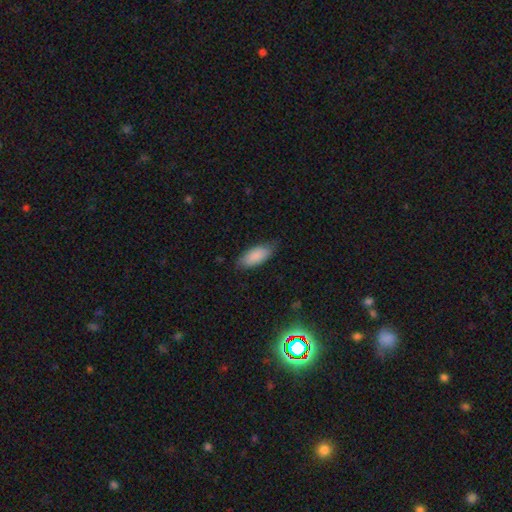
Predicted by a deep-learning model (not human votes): Smooth or featured? smooth (88%)
How rounded? in between (85%)
Merging? none (76%)